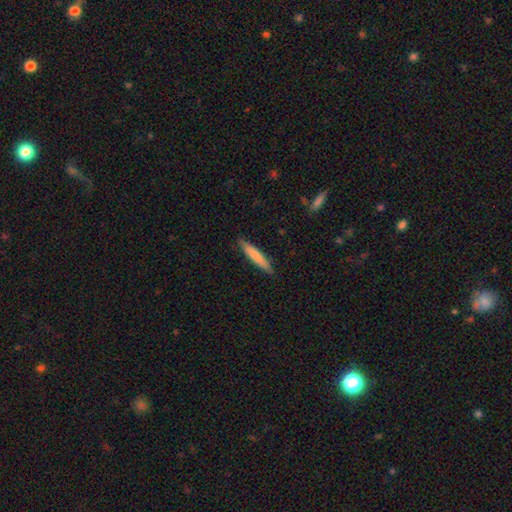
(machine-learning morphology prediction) The model was most divided on "smooth or featured": smooth: 78%, featured or disk: 17%, star or artifact: 5%. More confident: how rounded — cigar-shaped (92%); merging — none (88%).